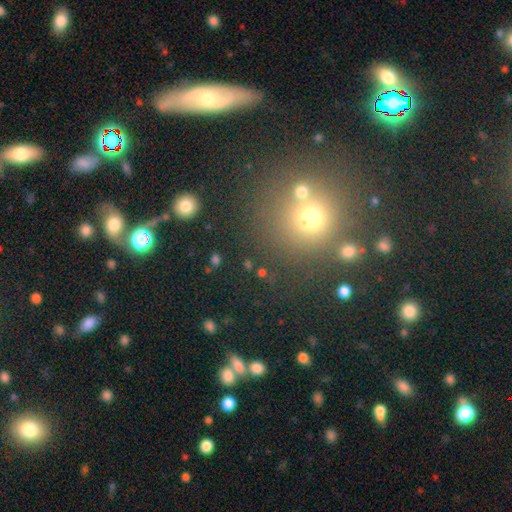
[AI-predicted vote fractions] Overall: smooth (48%; star or artifact 41%). Merging: none (76%).